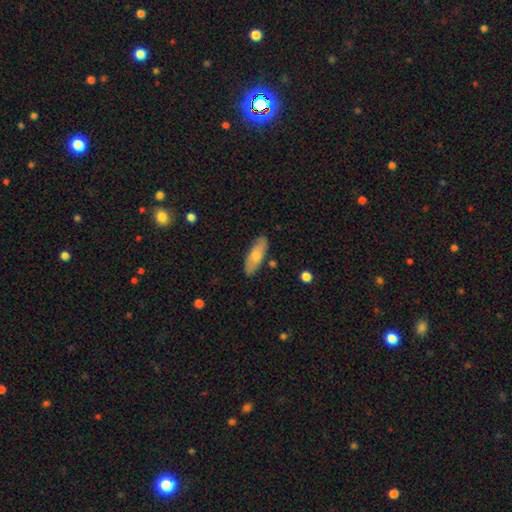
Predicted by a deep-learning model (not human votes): Q: Smooth or featured?
A: smooth (65%); runner-up: featured or disk (29%)
Q: How rounded?
A: in between (62%); runner-up: cigar-shaped (36%)
Q: Merging?
A: none (86%); runner-up: minor disturbance (10%)